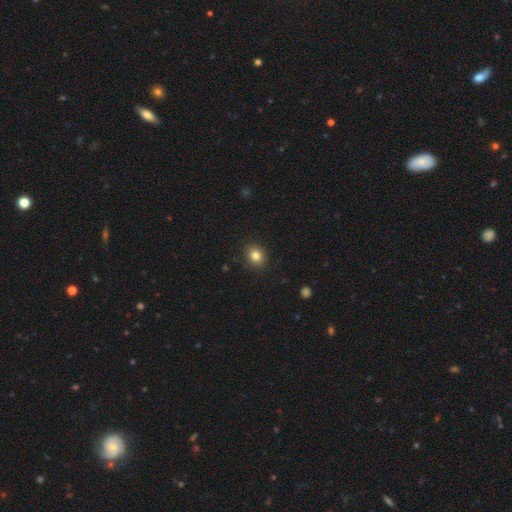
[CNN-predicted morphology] Smooth or featured? smooth (83%)
How rounded? round (68%)
Merging? none (90%)